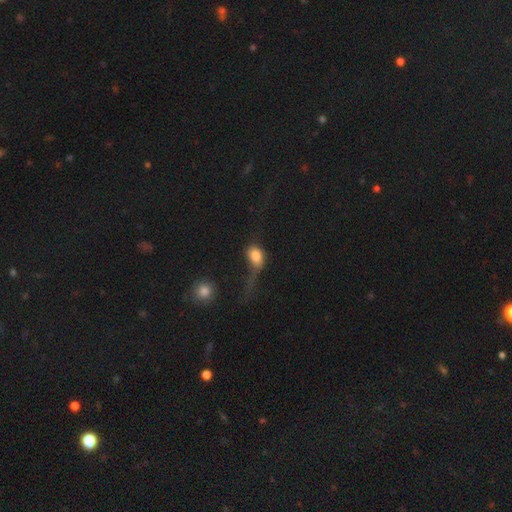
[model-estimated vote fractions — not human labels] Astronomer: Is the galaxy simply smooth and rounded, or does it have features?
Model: smooth — 76%.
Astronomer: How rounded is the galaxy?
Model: in between — 74%.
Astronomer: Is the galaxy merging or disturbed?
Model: major disturbance — 51%.